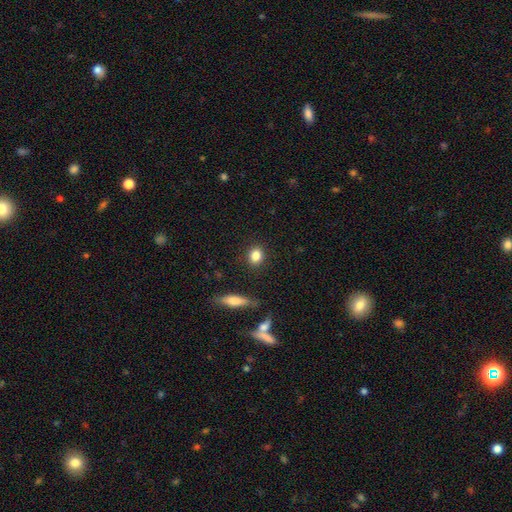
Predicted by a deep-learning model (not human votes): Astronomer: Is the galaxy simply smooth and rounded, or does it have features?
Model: smooth — 84%.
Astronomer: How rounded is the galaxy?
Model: round — 64%.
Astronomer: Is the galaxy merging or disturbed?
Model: none — 89%.